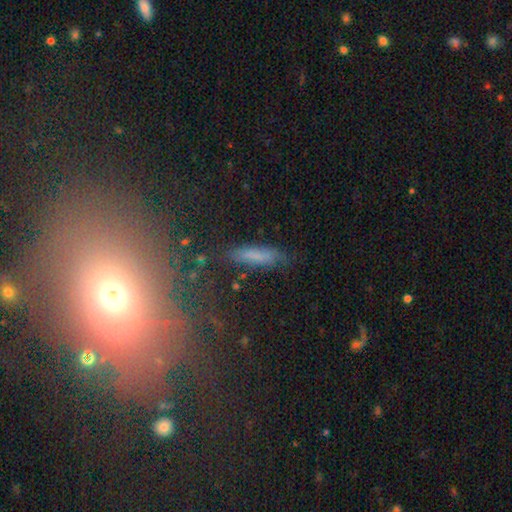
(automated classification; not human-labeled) Smooth or featured?
  - smooth: 66% *
  - featured or disk: 23%
  - star or artifact: 11%
How rounded?
  - cigar-shaped: 80% *
  - in between: 18%
  - round: 2%
Merging?
  - none: 74% *
  - minor disturbance: 18%
  - major disturbance: 5%
  - merger: 3%